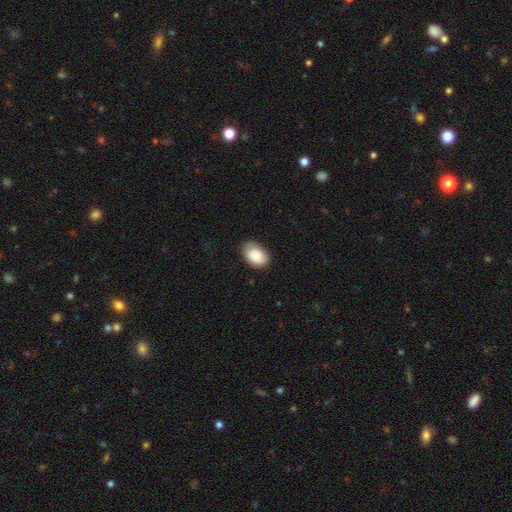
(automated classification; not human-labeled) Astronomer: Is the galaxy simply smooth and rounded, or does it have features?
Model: smooth — 87%.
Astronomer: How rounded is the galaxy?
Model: in between — 87%.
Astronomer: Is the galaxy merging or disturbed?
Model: none — 73%.